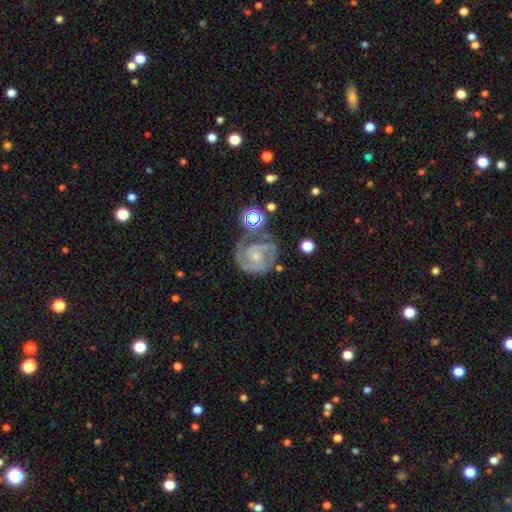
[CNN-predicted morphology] A featured or disk galaxy (84%) with no bar (64%), 2 (62%) tight (51%) spiral arms (96%) and a small central bulge (64%).

Vote fractions:
- Smooth or featured? featured or disk: 84% / smooth: 9% / star or artifact: 7%
- Edge-on disk? no: 98% / yes: 2%
- Bar? no: 64% / weak: 30% / strong: 6%
- Spiral arms? yes: 96% / no: 4%
- Spiral winding? tight: 51% / medium: 41% / loose: 8%
- Spiral arm count? 2: 62% / 3: 15% / can't tell: 12% / 1: 5% / 4: 3% / more than 4: 3%
- Bulge size? small: 64% / moderate: 28% / none: 5% / large: 2% / dominant: 1%
- Merging? none: 60% / minor disturbance: 22% / major disturbance: 12% / merger: 6%